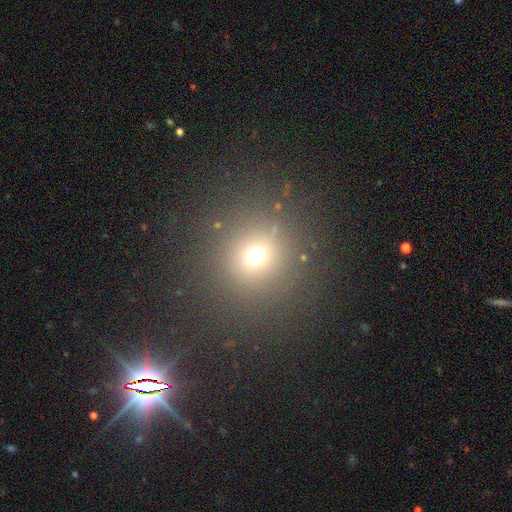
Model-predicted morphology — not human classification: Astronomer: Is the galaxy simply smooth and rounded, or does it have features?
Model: smooth — 66%.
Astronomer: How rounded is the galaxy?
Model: round — 91%.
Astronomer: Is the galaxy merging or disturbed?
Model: none — 85%.